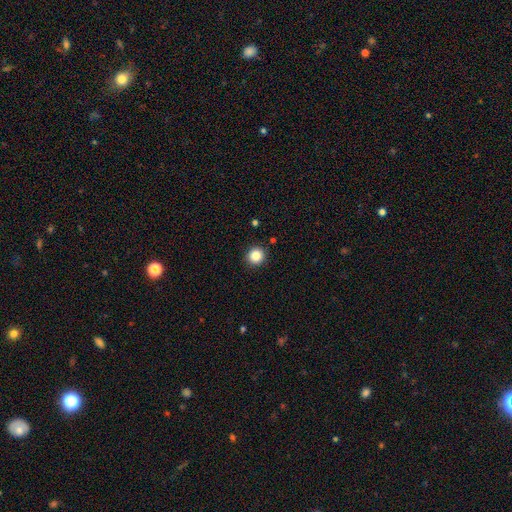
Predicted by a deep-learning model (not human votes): A smooth galaxy with no disk features (86%) that is round (92%). Merging: none (91%).